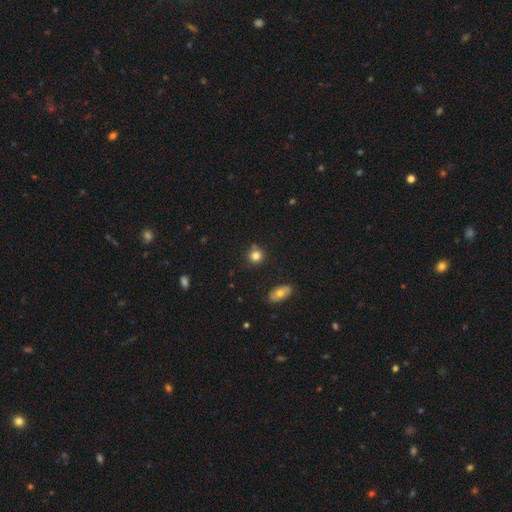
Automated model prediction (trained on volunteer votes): smooth_or_featured: smooth (p=0.81) [alt: star or artifact p=0.11]
how_rounded: round (p=0.87) [alt: in between p=0.12]
merging: none (p=0.78) [alt: minor disturbance p=0.13]